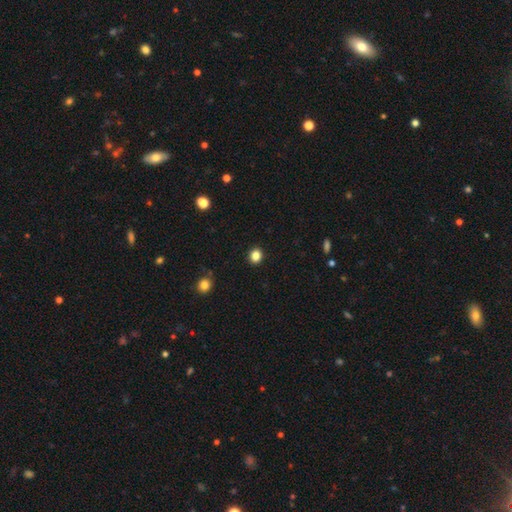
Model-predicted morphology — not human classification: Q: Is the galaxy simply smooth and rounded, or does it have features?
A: smooth — 85%.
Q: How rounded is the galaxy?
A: round — 75%.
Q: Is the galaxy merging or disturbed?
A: none — 91%.